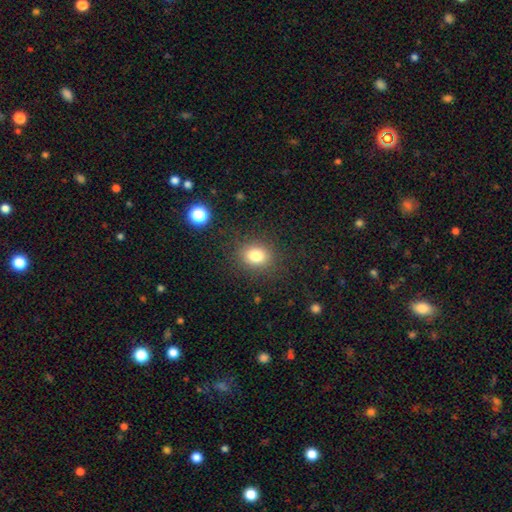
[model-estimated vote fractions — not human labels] smooth_or_featured: smooth (p=0.80) [alt: star or artifact p=0.12]
how_rounded: round (p=0.65) [alt: in between p=0.34]
merging: none (p=0.86) [alt: minor disturbance p=0.09]